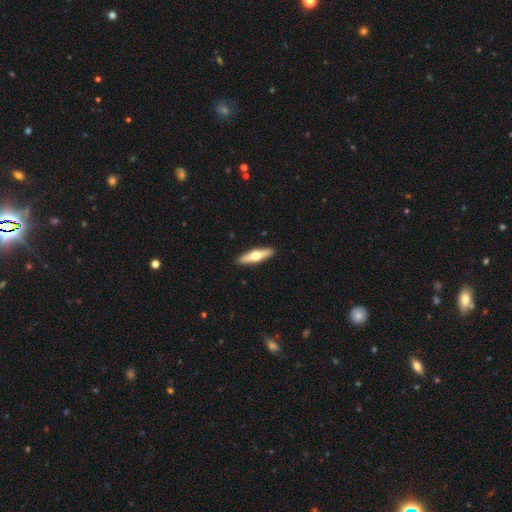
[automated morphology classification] Overall: featured or disk (54%; smooth 41%). Edge-on disk: yes (92%). Merging: none (91%).